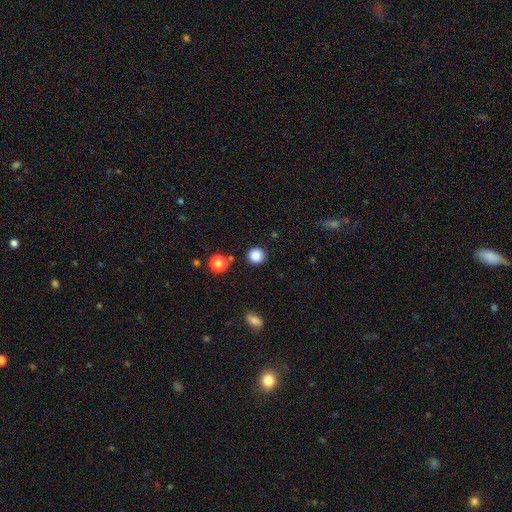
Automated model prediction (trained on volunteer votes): The model was most divided on "smooth or featured": smooth: 86%, star or artifact: 11%, featured or disk: 3%. More confident: how rounded — round (94%); merging — none (89%).